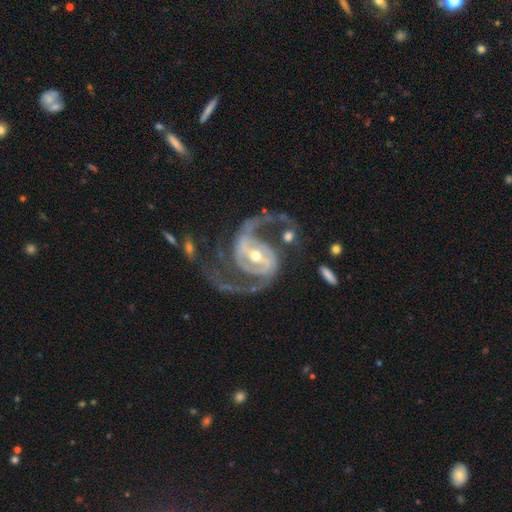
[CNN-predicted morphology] featured or disk 93%, star or artifact 4%, smooth 3%. Down the decision tree: edge-on disk — no (98%); bar — strong (43%); spiral arms — yes (98%); spiral arm count — 2 (92%); spiral winding — medium (56%); bulge size — moderate (59%); merging — none (65%).